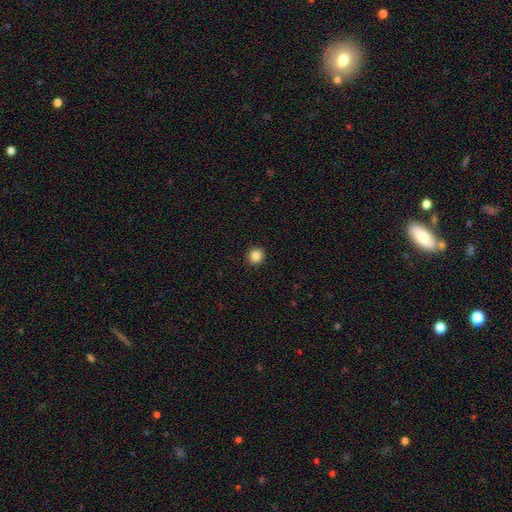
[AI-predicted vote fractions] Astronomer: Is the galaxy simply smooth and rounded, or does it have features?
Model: smooth — 86%.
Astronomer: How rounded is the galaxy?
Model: round — 93%.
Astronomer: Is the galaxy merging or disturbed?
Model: none — 93%.